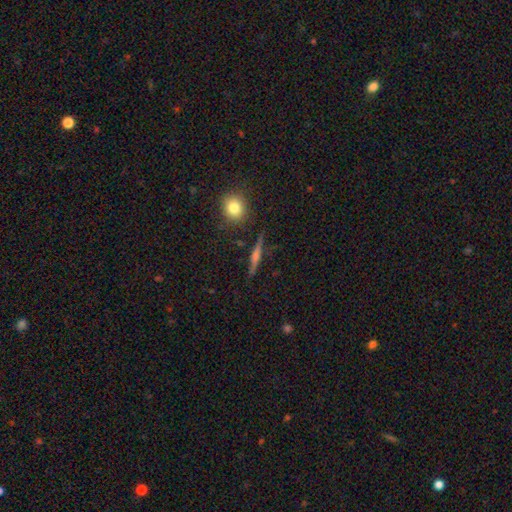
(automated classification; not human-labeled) This is possibly a featured or disk galaxy (58%). It is clearly viewed edge-on (95%). Edge-on bulge: likely rounded (66%). Merging: clearly none (88%).